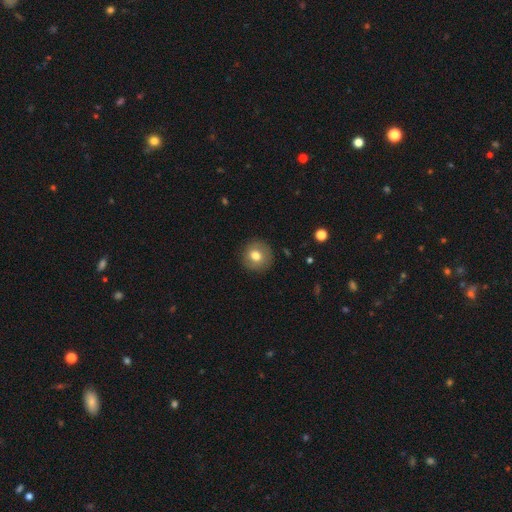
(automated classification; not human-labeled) smooth 75%, featured or disk 16%, star or artifact 9%. Down the decision tree: how rounded — round (91%); merging — none (88%).